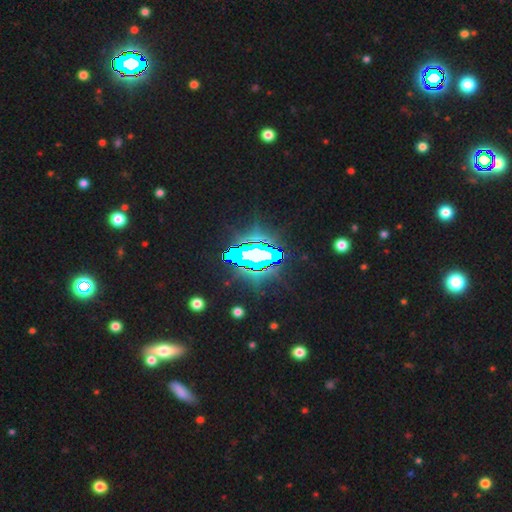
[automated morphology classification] This appears to be a star or artifact, not a galaxy (74%).